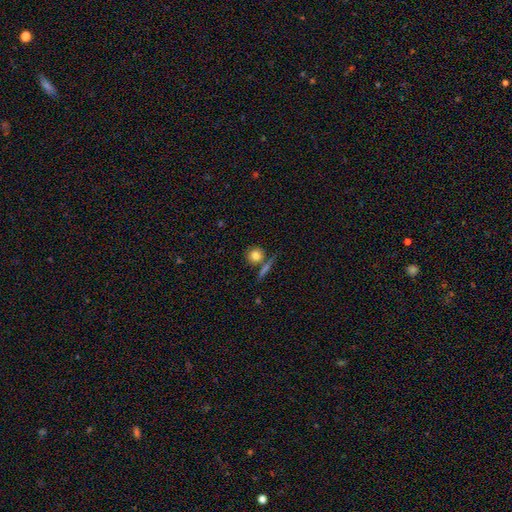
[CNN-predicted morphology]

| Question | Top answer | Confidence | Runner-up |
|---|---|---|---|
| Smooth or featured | smooth | 80% | featured or disk (11%) |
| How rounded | round | 85% | in between (12%) |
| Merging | none | 71% | merger (16%) |